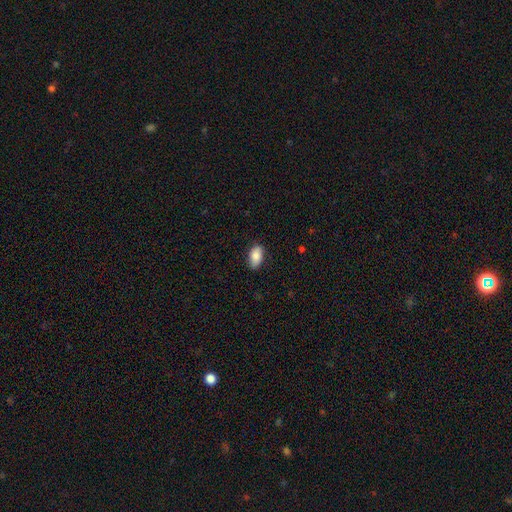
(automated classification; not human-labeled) Smooth or featured? smooth (84%)
How rounded? in between (93%)
Merging? none (84%)